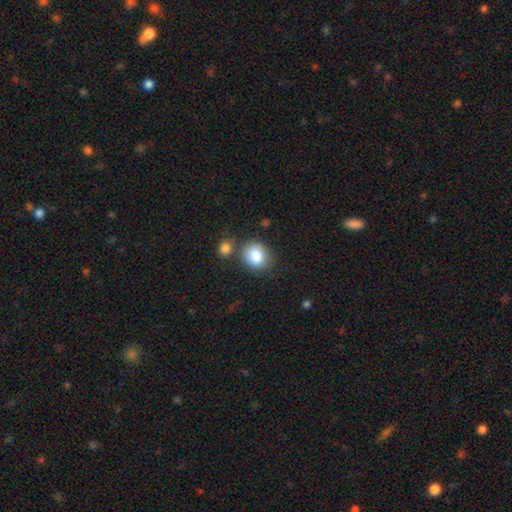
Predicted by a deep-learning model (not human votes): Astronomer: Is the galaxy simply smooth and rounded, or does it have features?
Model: smooth — 86%.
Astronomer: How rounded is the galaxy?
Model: round — 73%.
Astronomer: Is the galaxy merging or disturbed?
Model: none — 68%.